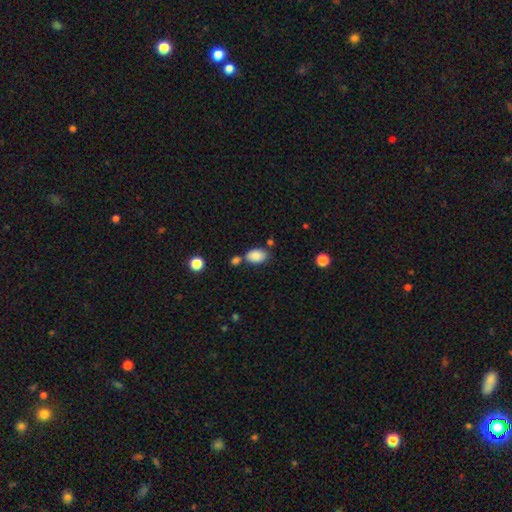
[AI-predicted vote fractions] The model was most divided on "merging": none: 67%, merger: 15%, minor disturbance: 14%, major disturbance: 4%. More confident: how rounded — in between (89%); smooth or featured — smooth (87%).